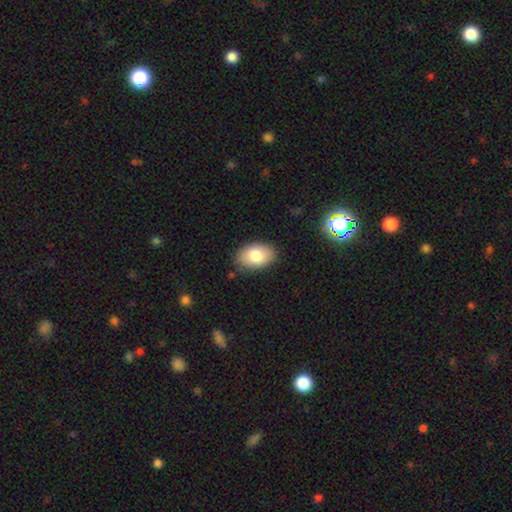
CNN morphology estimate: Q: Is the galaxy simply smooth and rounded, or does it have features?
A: smooth — 80%.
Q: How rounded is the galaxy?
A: in between — 89%.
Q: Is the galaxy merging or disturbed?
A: none — 86%.